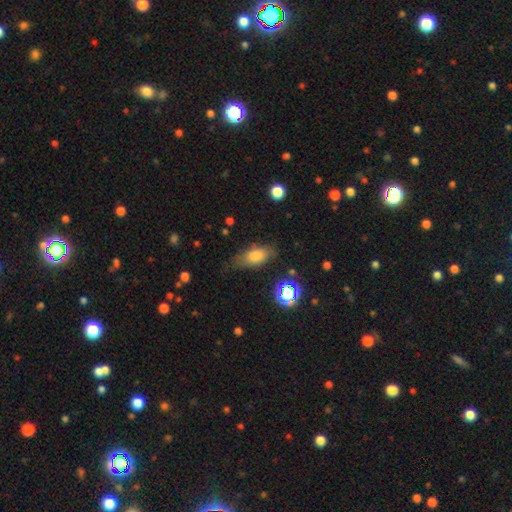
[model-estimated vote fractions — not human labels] Smooth or featured: smooth — 75% (featured or disk — 14%)
How rounded: in between — 81% (cigar-shaped — 13%)
Merging: none — 69% (minor disturbance — 22%)